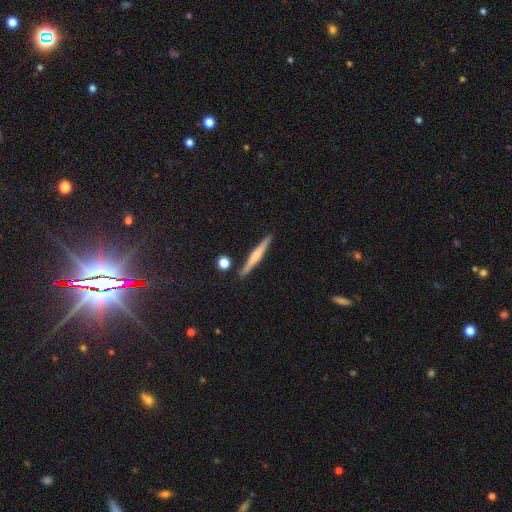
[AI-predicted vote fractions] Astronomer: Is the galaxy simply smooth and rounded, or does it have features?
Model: featured or disk — 49% (runner-up: smooth, 44%).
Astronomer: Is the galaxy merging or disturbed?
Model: none — 88%.